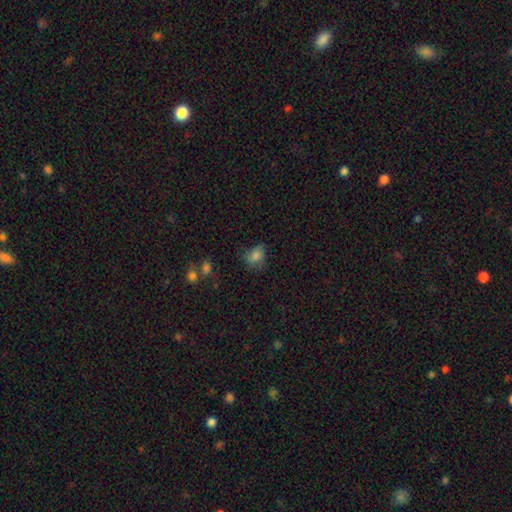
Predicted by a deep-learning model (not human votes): Smooth or featured? smooth (80%)
How rounded? in between (54%)
Merging? none (59%)